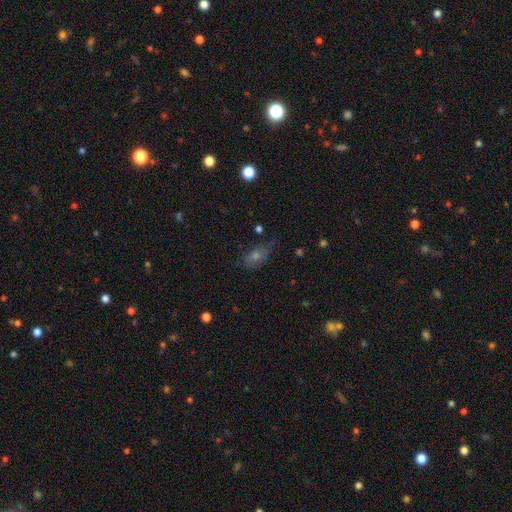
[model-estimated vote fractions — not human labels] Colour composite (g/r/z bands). It shows a smooth galaxy with no disk features (51%) that is in between round and cigar-shaped (75%). Merging: none (65%).